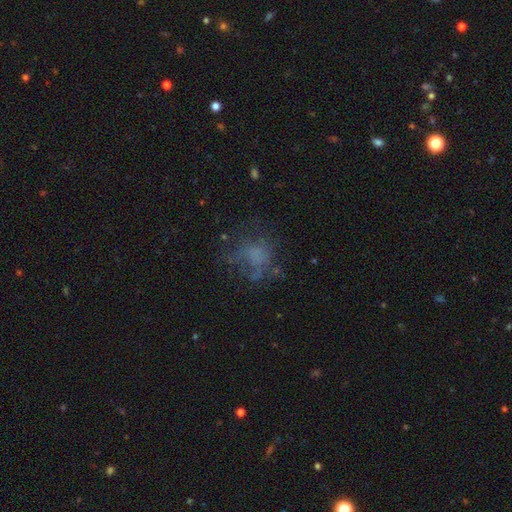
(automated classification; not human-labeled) smooth_or_featured: smooth (p=0.42) [alt: featured or disk p=0.35]
merging: none (p=0.47) [alt: major disturbance p=0.30]